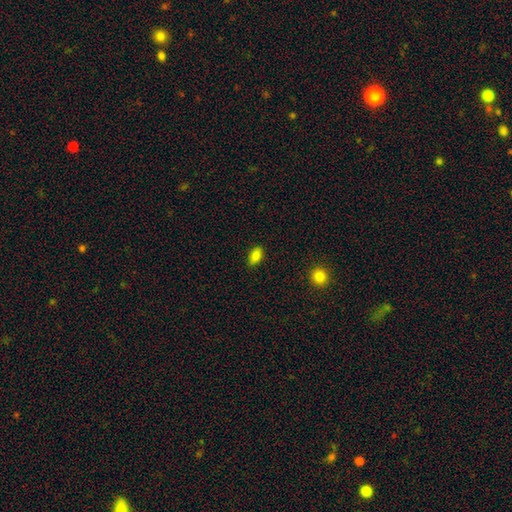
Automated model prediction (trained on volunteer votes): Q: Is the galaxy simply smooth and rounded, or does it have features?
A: smooth — 85%.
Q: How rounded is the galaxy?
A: in between — 89%.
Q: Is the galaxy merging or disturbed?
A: none — 85%.